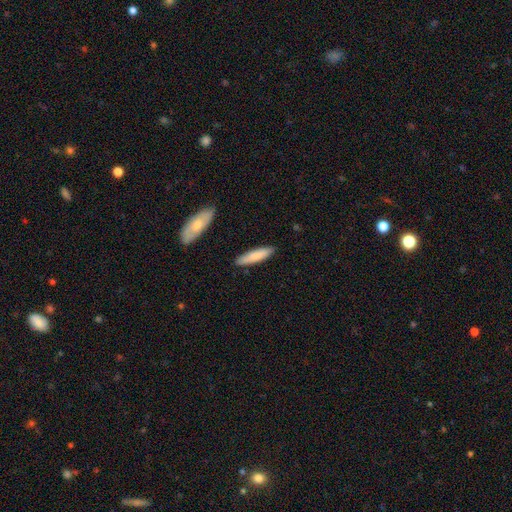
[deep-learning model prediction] smooth-or-featured: smooth: 81% | featured or disk: 14% | star or artifact: 5%
  how-rounded: cigar-shaped: 74% | in between: 24% | round: 1%
  merging: none: 87% | minor disturbance: 9% | merger: 2% | major disturbance: 2%